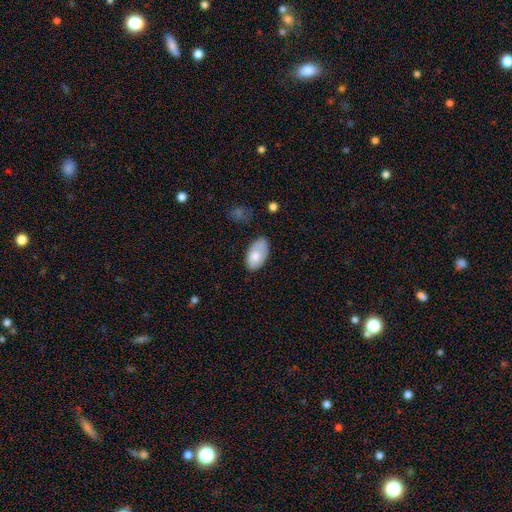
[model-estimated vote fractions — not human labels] Morphology: type=smooth (76%); roundness=in between (95%); merging=none (64%).